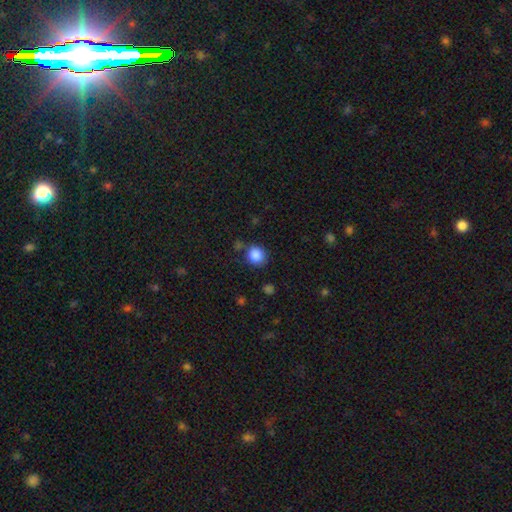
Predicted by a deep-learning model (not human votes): The model was most divided on "merging": none: 79%, minor disturbance: 12%, merger: 5%, major disturbance: 4%. More confident: smooth or featured — smooth (86%); how rounded — round (86%).